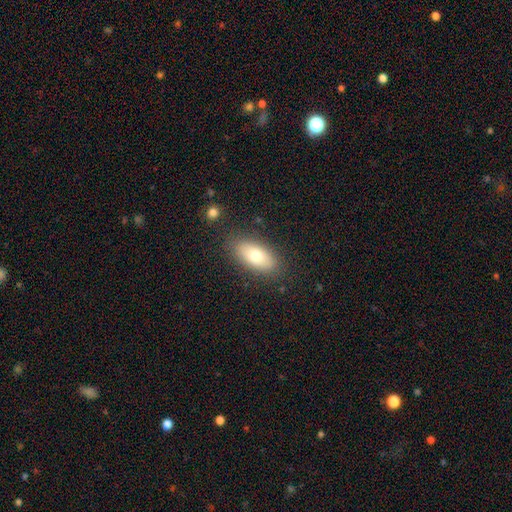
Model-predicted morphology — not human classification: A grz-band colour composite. It shows a smooth galaxy with no disk features (74%) that is in between round and cigar-shaped (87%). Merging: none (86%).